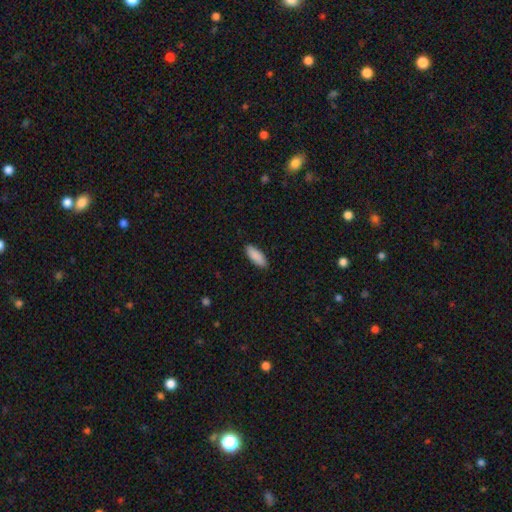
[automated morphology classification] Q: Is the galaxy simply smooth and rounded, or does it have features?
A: smooth — 90%.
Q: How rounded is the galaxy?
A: in between — 72%.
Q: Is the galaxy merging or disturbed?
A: none — 90%.